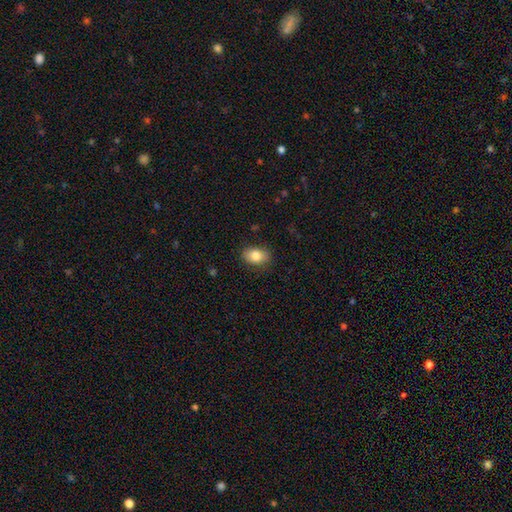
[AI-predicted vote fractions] The model was most divided on "how rounded": in between: 80%, round: 19%, cigar-shaped: 1%. More confident: merging — none (85%); smooth or featured — smooth (83%).